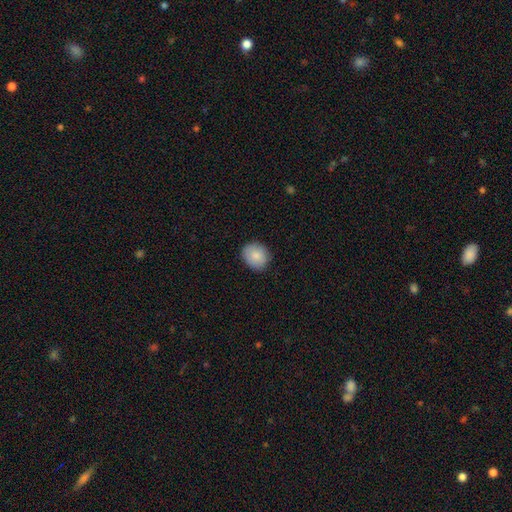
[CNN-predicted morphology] A smooth galaxy with no disk features (86%) that is round (67%).

Vote fractions:
- Smooth or featured? smooth: 86% / star or artifact: 7% / featured or disk: 7%
- How rounded? round: 67% / in between: 32% / cigar-shaped: 1%
- Merging? none: 86% / minor disturbance: 10% / major disturbance: 2% / merger: 1%